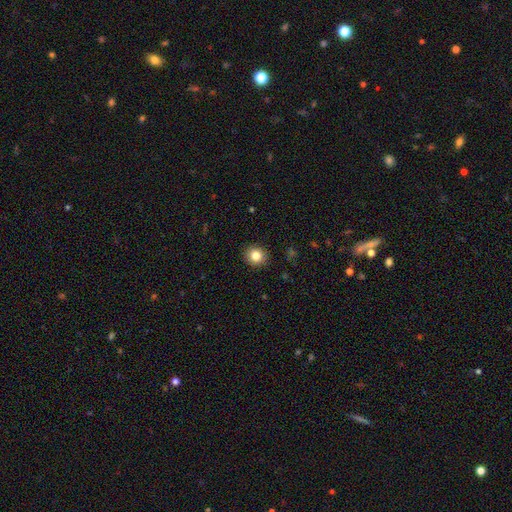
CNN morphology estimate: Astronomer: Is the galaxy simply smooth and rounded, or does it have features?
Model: smooth — 83%.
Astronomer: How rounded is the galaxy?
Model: round — 83%.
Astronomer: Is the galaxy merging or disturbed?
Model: none — 91%.